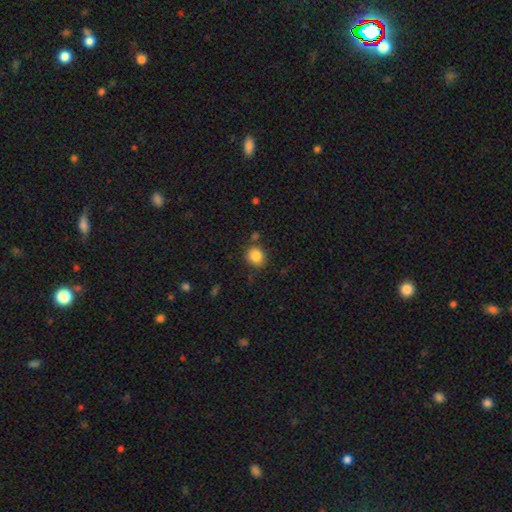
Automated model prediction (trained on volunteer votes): Smooth or featured? smooth (85%)
How rounded? round (76%)
Merging? none (79%)